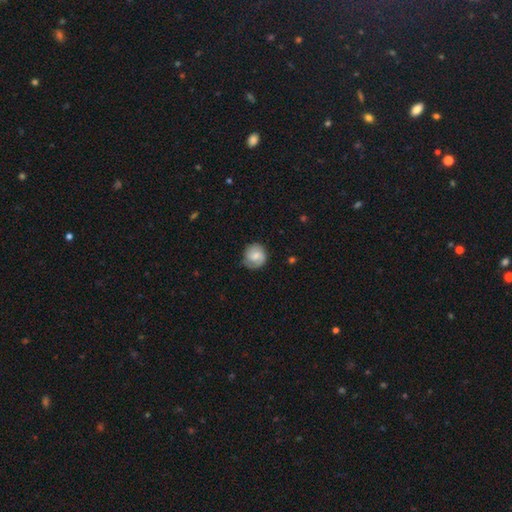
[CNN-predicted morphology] Overall: smooth (53%; featured or disk 40%). How rounded: round (85%). Merging: none (70%).